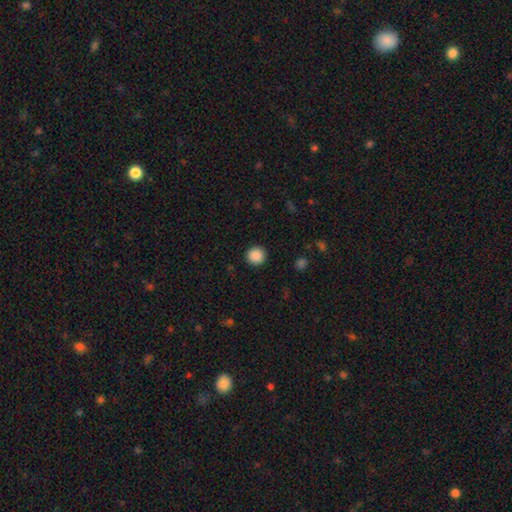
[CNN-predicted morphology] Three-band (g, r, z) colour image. It shows a smooth galaxy with no disk features (89%) that is round (95%). Merging: none (92%).